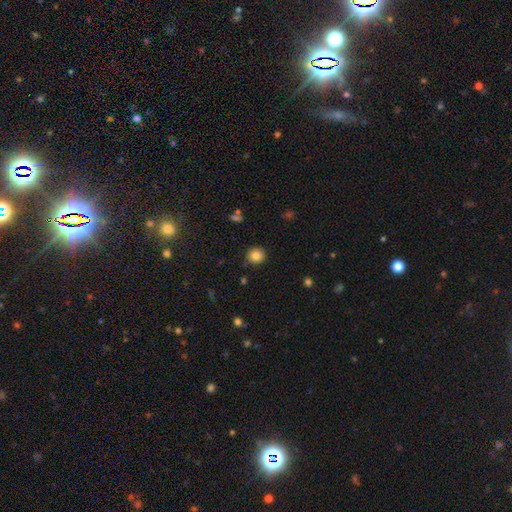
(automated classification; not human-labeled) smooth-or-featured: smooth: 84% | star or artifact: 11% | featured or disk: 6%
  how-rounded: round: 92% | in between: 7% | cigar-shaped: 1%
  merging: none: 88% | minor disturbance: 8% | major disturbance: 2% | merger: 2%